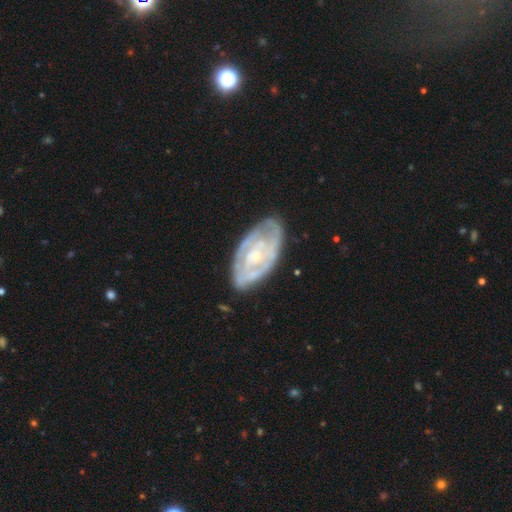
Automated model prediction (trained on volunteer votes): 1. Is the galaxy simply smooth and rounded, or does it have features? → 77% featured or disk, 18% smooth, 5% star or artifact.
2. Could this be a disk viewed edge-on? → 94% no, 6% yes.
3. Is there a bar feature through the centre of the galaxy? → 72% no, 23% weak, 5% strong.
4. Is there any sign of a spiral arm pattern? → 77% yes, 23% no.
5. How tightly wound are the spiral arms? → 67% tight, 26% medium, 8% loose.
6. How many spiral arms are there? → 51% can't tell, 24% 2, 12% 3, 5% 1, 5% 4, 3% more than 4.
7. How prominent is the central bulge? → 64% small, 29% moderate, 5% none, 2% large, 1% dominant.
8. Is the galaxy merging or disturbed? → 70% none, 21% minor disturbance, 7% major disturbance, 2% merger.